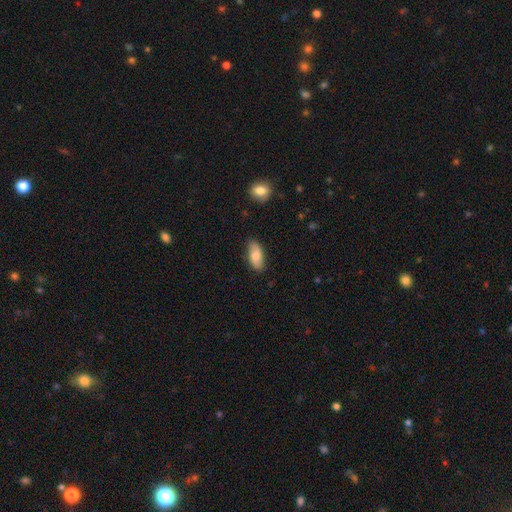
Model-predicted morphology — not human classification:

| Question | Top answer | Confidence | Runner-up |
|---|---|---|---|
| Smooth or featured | smooth | 76% | featured or disk (18%) |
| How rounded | in between | 87% | cigar-shaped (10%) |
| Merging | none | 81% | minor disturbance (15%) |